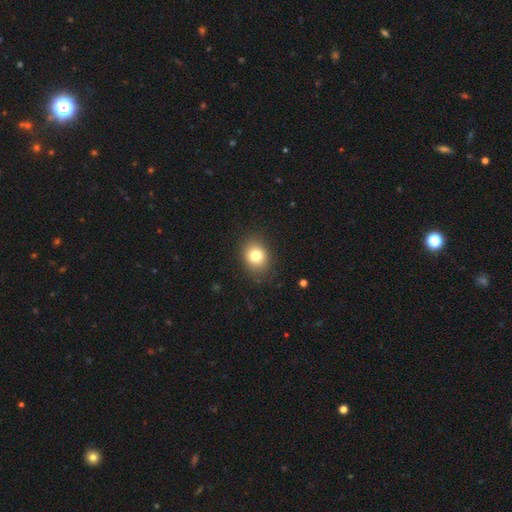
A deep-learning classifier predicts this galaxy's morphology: This appears to be a smooth galaxy with no disk features (80%) that is round (54%). Merging: none (86%).